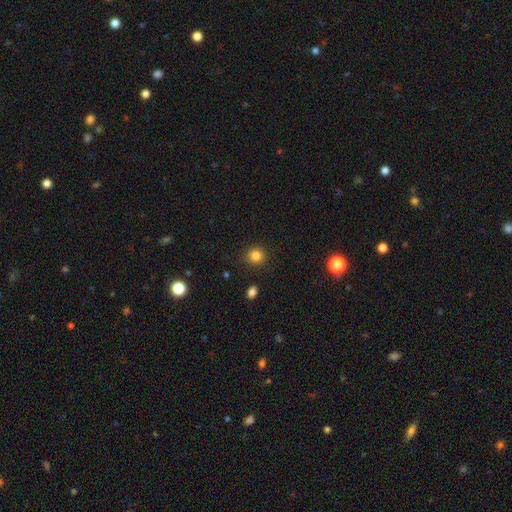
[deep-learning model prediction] Smooth or featured? Predicted: smooth (p=0.84). How rounded? Predicted: round (p=0.88). Merging? Predicted: none (p=0.89).